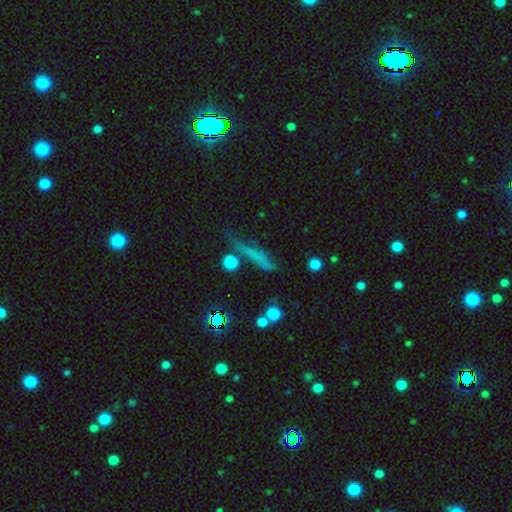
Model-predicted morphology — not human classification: smooth 54%, featured or disk 28%, star or artifact 18%. Down the decision tree: how rounded — cigar-shaped (82%); merging — none (61%).